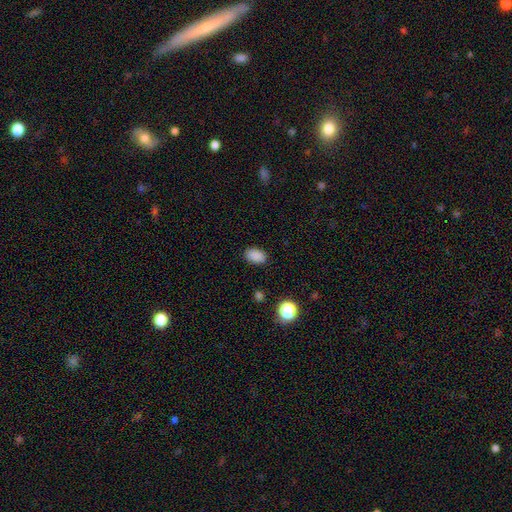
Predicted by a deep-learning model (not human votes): smooth 87%, star or artifact 10%, featured or disk 3%. Down the decision tree: how rounded — in between (88%); merging — none (87%).